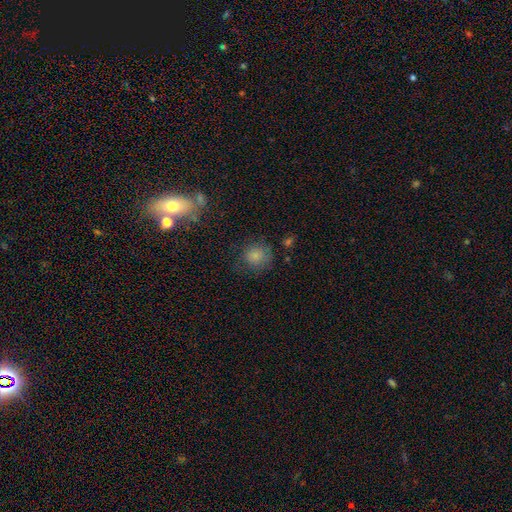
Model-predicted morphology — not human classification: Q: Smooth or featured?
A: smooth (78%); runner-up: star or artifact (13%)
Q: How rounded?
A: round (88%); runner-up: in between (11%)
Q: Merging?
A: none (71%); runner-up: minor disturbance (18%)